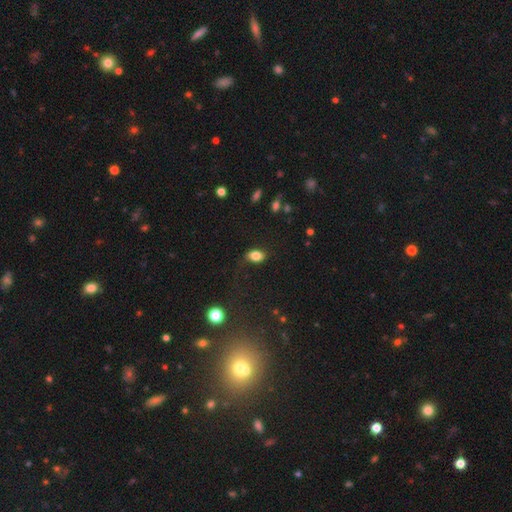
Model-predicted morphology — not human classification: A smooth galaxy with no disk features (83%) that is in between round and cigar-shaped (79%). Merging: none (68%).